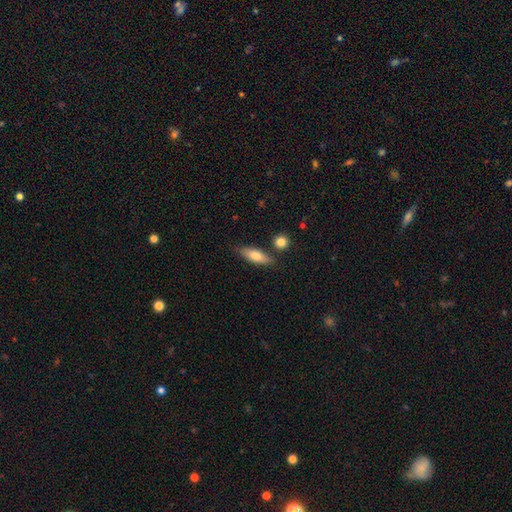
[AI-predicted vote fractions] This appears to be a smooth galaxy with no disk features (71%) that is in between round and cigar-shaped (62%). Merging: none (76%).